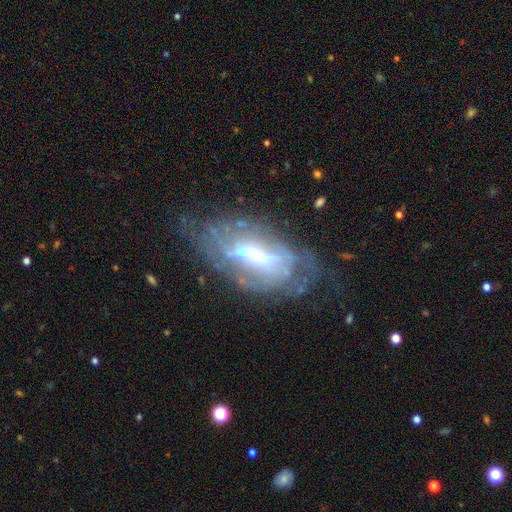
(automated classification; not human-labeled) Smooth or featured? Predicted: featured or disk (p=0.71). Edge-on disk? Predicted: no (p=0.89). Bar? Predicted: weak (p=0.37). Spiral arms? Predicted: yes (p=0.51). Bulge size? Predicted: moderate (p=0.43). Merging? Predicted: none (p=0.47).